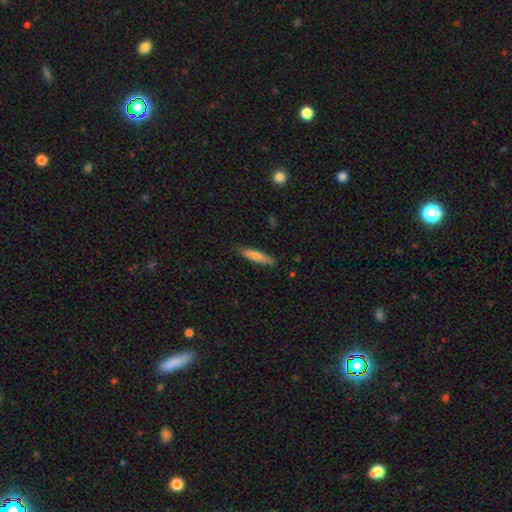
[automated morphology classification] Smooth or featured? Predicted: smooth (p=0.70). How rounded? Predicted: cigar-shaped (p=0.83). Merging? Predicted: none (p=0.84).